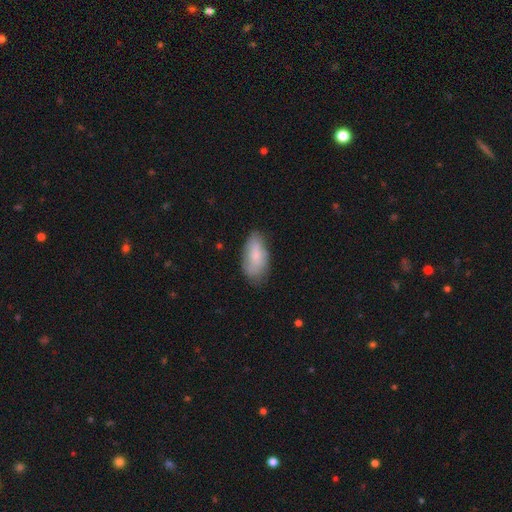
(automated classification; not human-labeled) Smooth or featured? Predicted: smooth (p=0.72). How rounded? Predicted: in between (p=0.91). Merging? Predicted: none (p=0.67).